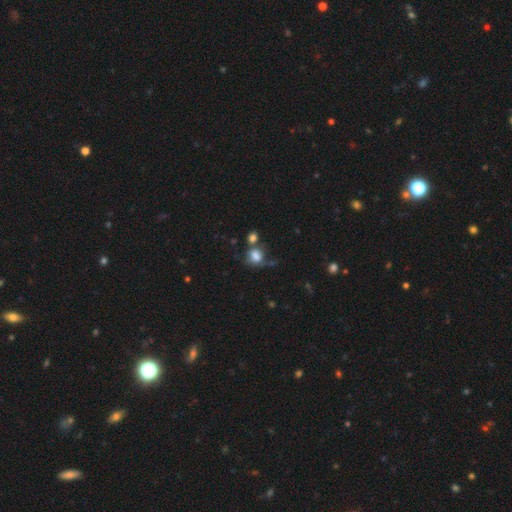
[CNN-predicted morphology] smooth_or_featured: smooth (p=0.76) [alt: featured or disk p=0.12]
how_rounded: round (p=0.58) [alt: in between p=0.40]
merging: none (p=0.36) [alt: merger p=0.27]